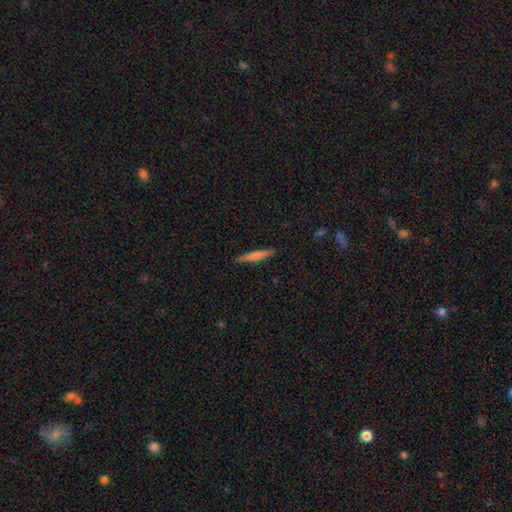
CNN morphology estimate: This is possibly a smooth galaxy (49%). Merging: clearly none (90%).